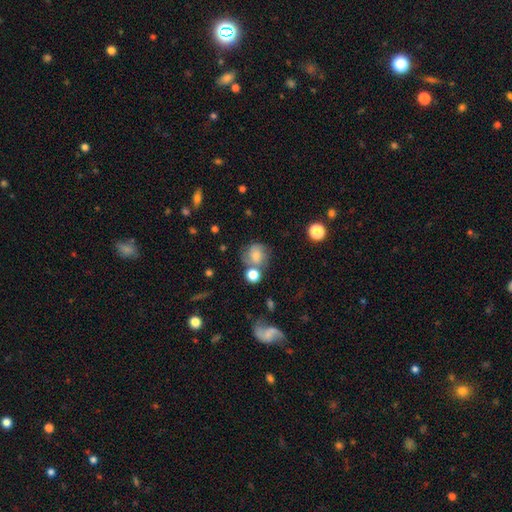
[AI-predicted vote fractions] Smooth or featured? Predicted: smooth (p=0.62). How rounded? Predicted: round (p=0.80). Merging? Predicted: none (p=0.53).